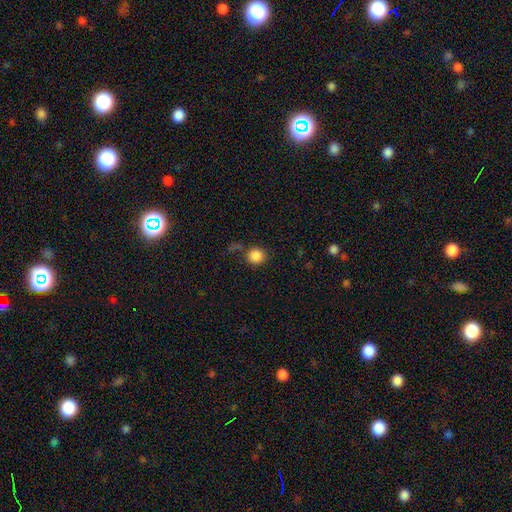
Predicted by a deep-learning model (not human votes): Smooth or featured? Predicted: smooth (p=0.86). How rounded? Predicted: round (p=0.91). Merging? Predicted: none (p=0.74).